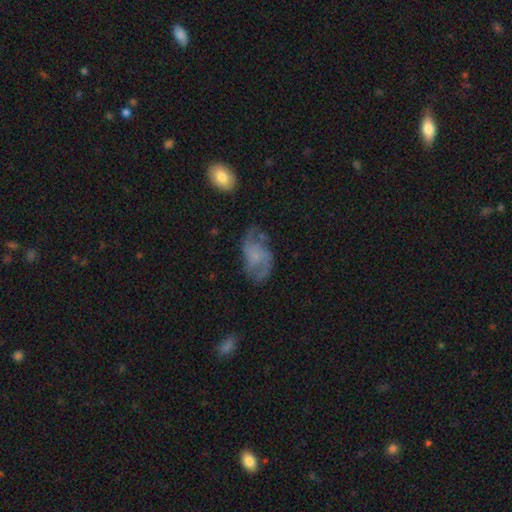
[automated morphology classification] Smooth or featured?
  - featured or disk: 68% *
  - smooth: 23%
  - star or artifact: 9%
Edge-on disk?
  - no: 97% *
  - yes: 3%
Bar?
  - no: 71% *
  - weak: 25%
  - strong: 4%
Spiral arms?
  - yes: 84% *
  - no: 16%
Spiral winding?
  - medium: 43% *
  - loose: 41%
  - tight: 16%
Spiral arm count?
  - 2: 76% *
  - can't tell: 11%
  - 3: 5%
  - 1: 3%
  - 4: 2%
  - more than 4: 2%
Bulge size?
  - small: 47% *
  - none: 37%
  - moderate: 13%
  - large: 3%
  - dominant: 1%
Merging?
  - none: 53% *
  - minor disturbance: 24%
  - major disturbance: 19%
  - merger: 3%